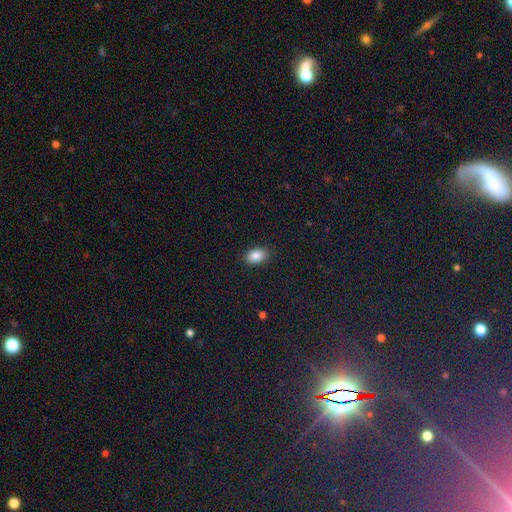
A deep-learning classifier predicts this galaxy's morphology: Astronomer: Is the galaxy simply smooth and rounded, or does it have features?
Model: smooth — 87%.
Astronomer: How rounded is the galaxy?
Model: in between — 88%.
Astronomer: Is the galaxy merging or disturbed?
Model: none — 88%.